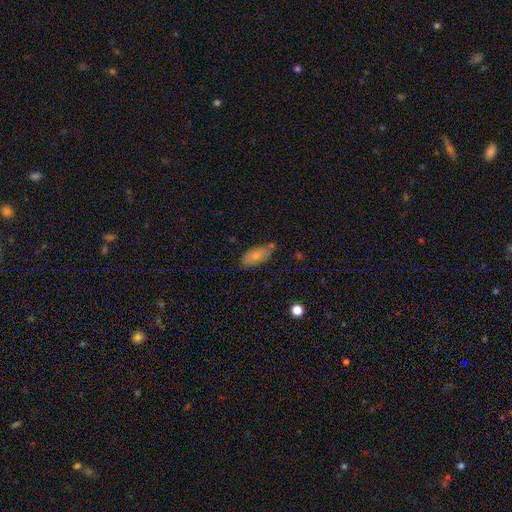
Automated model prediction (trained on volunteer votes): A smooth galaxy with no disk features (76%) that is in between round and cigar-shaped (85%).

Vote fractions:
- Smooth or featured? smooth: 76% / featured or disk: 17% / star or artifact: 7%
- How rounded? in between: 85% / cigar-shaped: 12% / round: 3%
- Merging? none: 67% / minor disturbance: 21% / merger: 8% / major disturbance: 5%